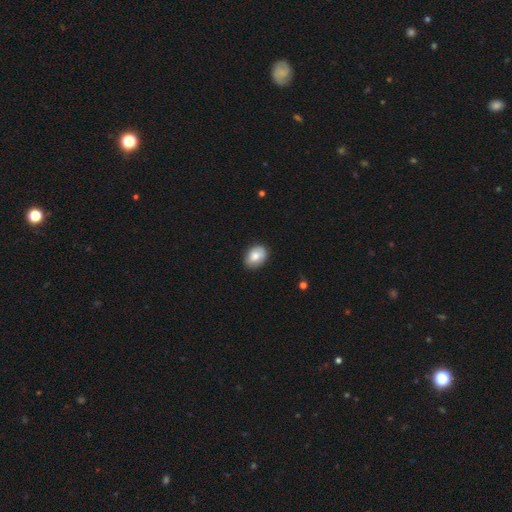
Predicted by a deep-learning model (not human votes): smooth-or-featured: smooth: 81% | featured or disk: 12% | star or artifact: 7%
  how-rounded: in between: 73% | round: 26% | cigar-shaped: 1%
  merging: none: 85% | minor disturbance: 12% | major disturbance: 2% | merger: 1%